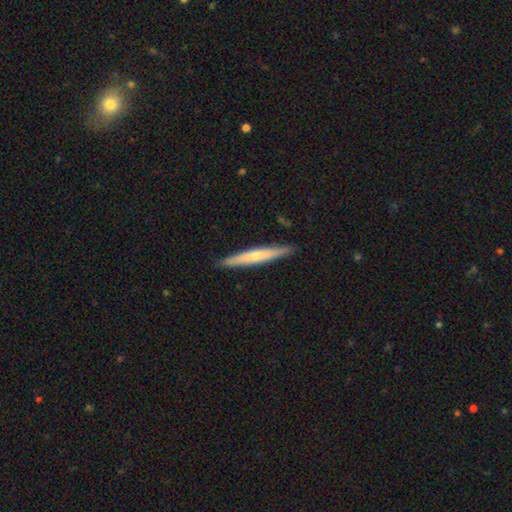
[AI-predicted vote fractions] This is possibly a featured or disk galaxy (49%). Merging: clearly none (91%).